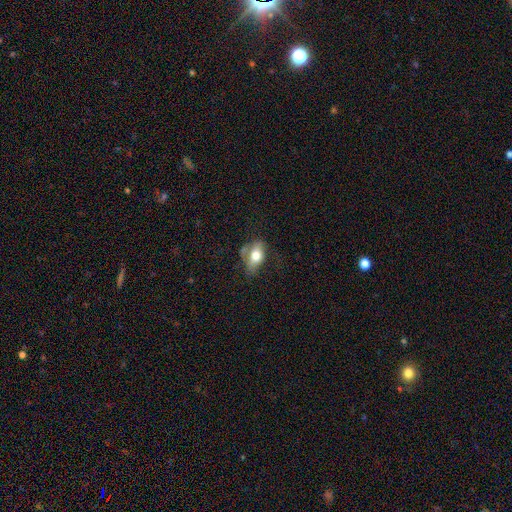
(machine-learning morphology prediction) Smooth or featured?
  - smooth: 69% *
  - featured or disk: 23%
  - star or artifact: 8%
How rounded?
  - in between: 82% *
  - round: 15%
  - cigar-shaped: 3%
Merging?
  - none: 35% *
  - minor disturbance: 32%
  - major disturbance: 26%
  - merger: 8%